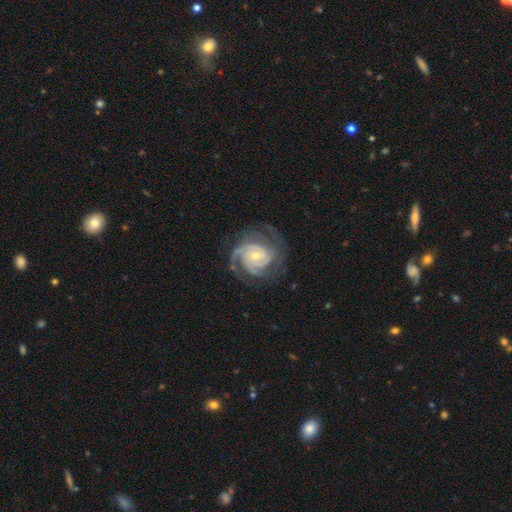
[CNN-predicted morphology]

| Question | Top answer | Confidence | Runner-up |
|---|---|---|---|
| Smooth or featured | featured or disk | 91% | star or artifact (5%) |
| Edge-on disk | no | 98% | yes (2%) |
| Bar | no | 64% | weak (28%) |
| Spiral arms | yes | 98% | no (2%) |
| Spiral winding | tight | 66% | medium (29%) |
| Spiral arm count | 3 | 37% | 2 (25%) |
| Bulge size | small | 58% | moderate (38%) |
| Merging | none | 74% | minor disturbance (15%) |